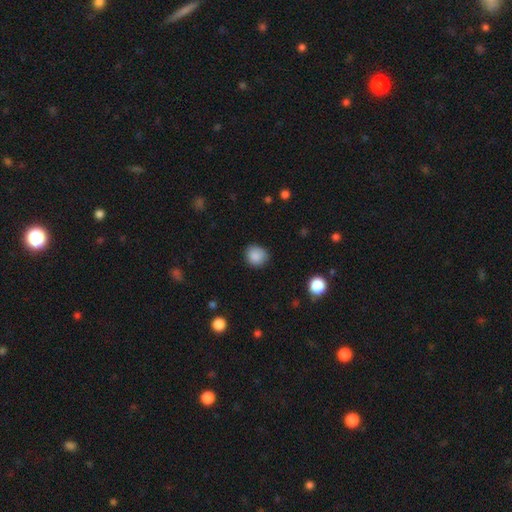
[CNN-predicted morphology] This appears to be a smooth galaxy with no disk features (87%) that is round (83%). Merging: none (84%).